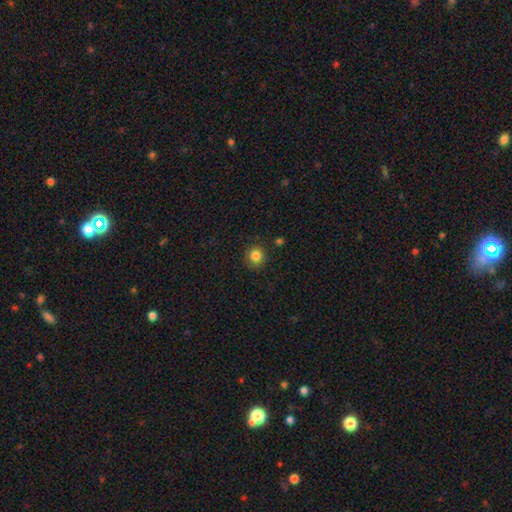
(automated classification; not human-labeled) This is clearly a smooth galaxy (84%). How rounded: clearly round (93%). Merging: clearly none (89%).